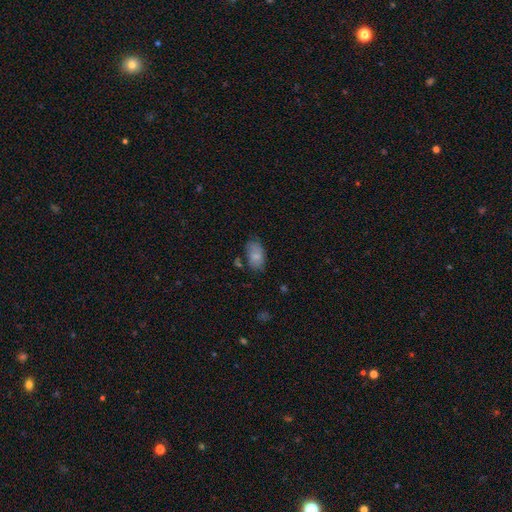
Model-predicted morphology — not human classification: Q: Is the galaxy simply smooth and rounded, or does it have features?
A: smooth — 82%.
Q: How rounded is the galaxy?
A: in between — 92%.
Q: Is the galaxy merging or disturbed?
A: none — 65%.